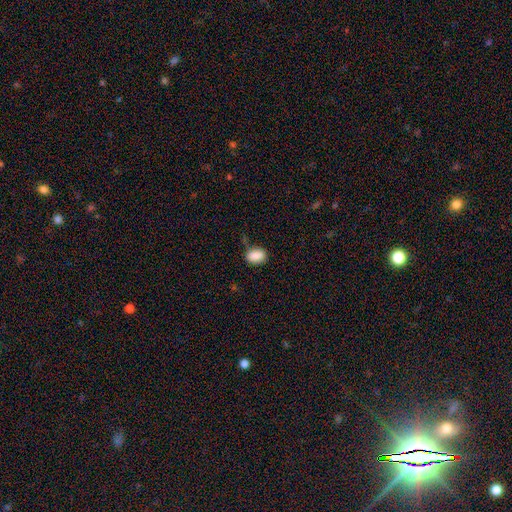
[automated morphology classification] smooth-or-featured: smooth: 88% | star or artifact: 8% | featured or disk: 5%
  how-rounded: in between: 81% | round: 18% | cigar-shaped: 2%
  merging: none: 68% | minor disturbance: 22% | major disturbance: 6% | merger: 4%